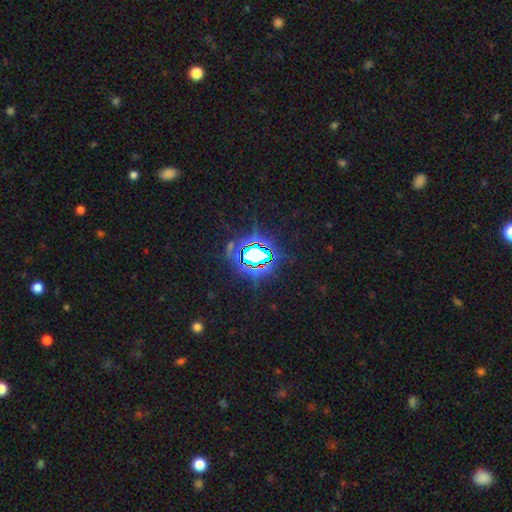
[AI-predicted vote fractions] The model was most divided on "smooth or featured": star or artifact: 81%, smooth: 10%, featured or disk: 9%.